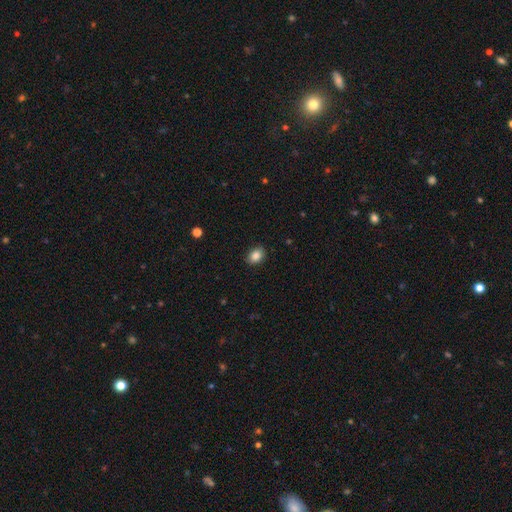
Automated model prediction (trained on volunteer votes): The model was most divided on "how rounded": in between: 68%, round: 31%, cigar-shaped: 1%. More confident: merging — none (88%); smooth or featured — smooth (87%).